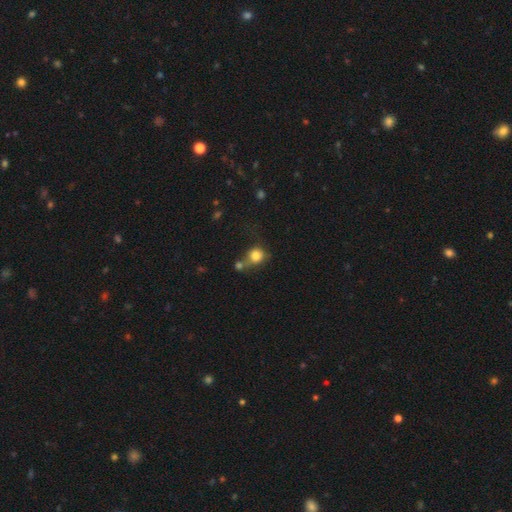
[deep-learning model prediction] Overall: smooth (81%). How rounded: round (86%). Merging: none (47%; merger 31%).